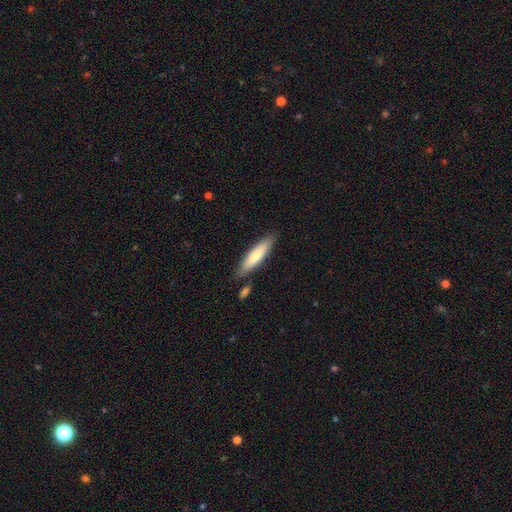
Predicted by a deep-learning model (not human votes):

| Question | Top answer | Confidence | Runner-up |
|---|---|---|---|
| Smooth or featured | smooth | 72% | featured or disk (23%) |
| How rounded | cigar-shaped | 76% | in between (23%) |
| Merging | none | 78% | minor disturbance (13%) |